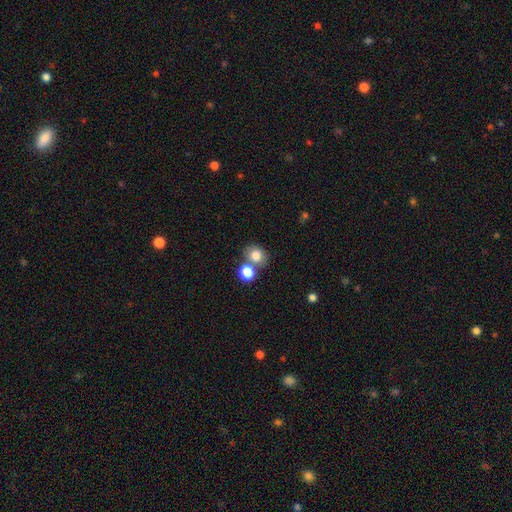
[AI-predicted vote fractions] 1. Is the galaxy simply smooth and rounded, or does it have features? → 80% smooth, 11% star or artifact, 9% featured or disk.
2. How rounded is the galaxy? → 66% round, 33% in between, 1% cigar-shaped.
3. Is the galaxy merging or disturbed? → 56% none, 31% merger, 10% minor disturbance, 4% major disturbance.